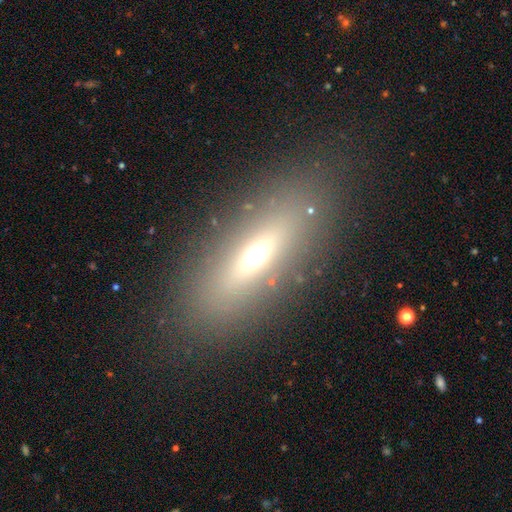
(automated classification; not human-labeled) Q: Smooth or featured?
A: smooth (51%); runner-up: featured or disk (32%)
Q: How rounded?
A: in between (61%); runner-up: cigar-shaped (32%)
Q: Merging?
A: none (82%); runner-up: minor disturbance (9%)